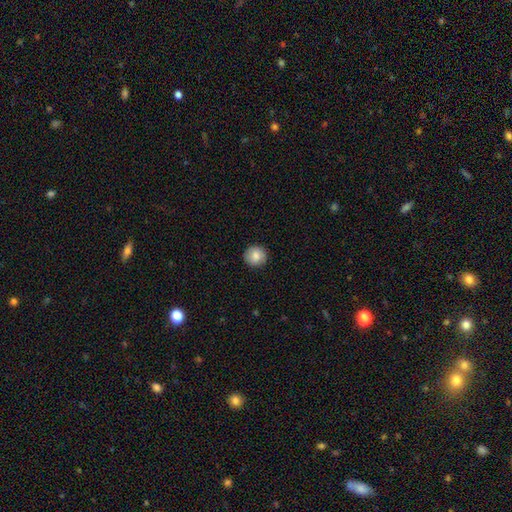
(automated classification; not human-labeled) Q: Smooth or featured?
A: smooth (82%); runner-up: featured or disk (10%)
Q: How rounded?
A: round (92%); runner-up: in between (7%)
Q: Merging?
A: none (90%); runner-up: minor disturbance (7%)